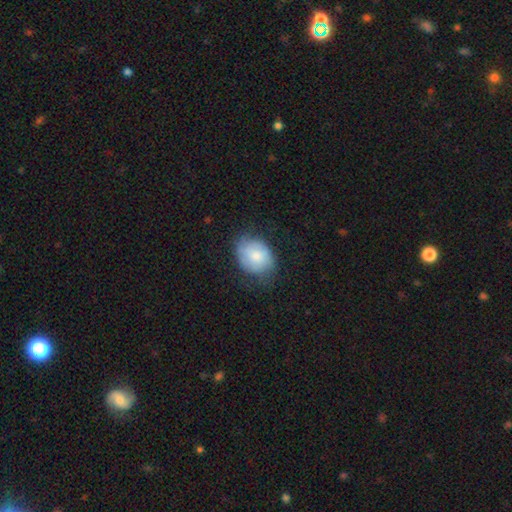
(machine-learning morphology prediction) type=smooth (69%); roundness=in between (58%); merging=none (63%).